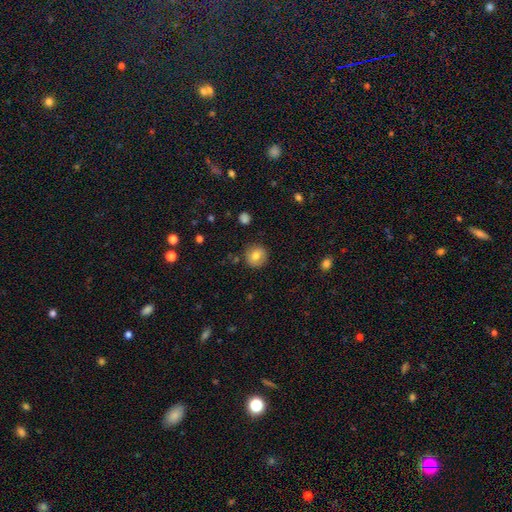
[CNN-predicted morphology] smooth-or-featured: smooth: 77% | featured or disk: 13% | star or artifact: 9%
  how-rounded: round: 93% | in between: 6% | cigar-shaped: 1%
  merging: none: 88% | minor disturbance: 8% | major disturbance: 2% | merger: 2%